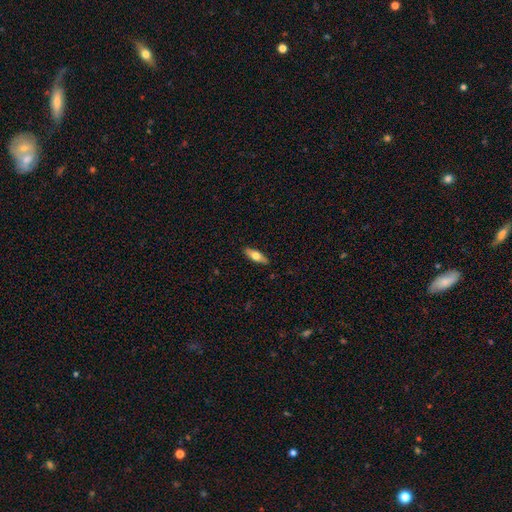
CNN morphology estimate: type=smooth (61%); roundness=in between (59%); merging=none (89%).